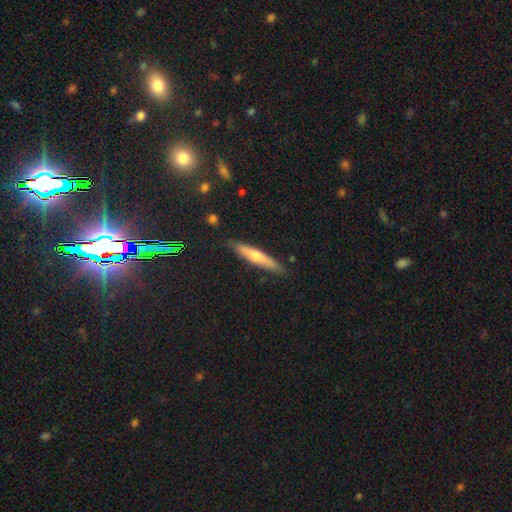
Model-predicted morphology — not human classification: smooth_or_featured: featured or disk (p=0.46) [tied with: smooth p=0.46]
merging: none (p=0.88) [alt: minor disturbance p=0.09]